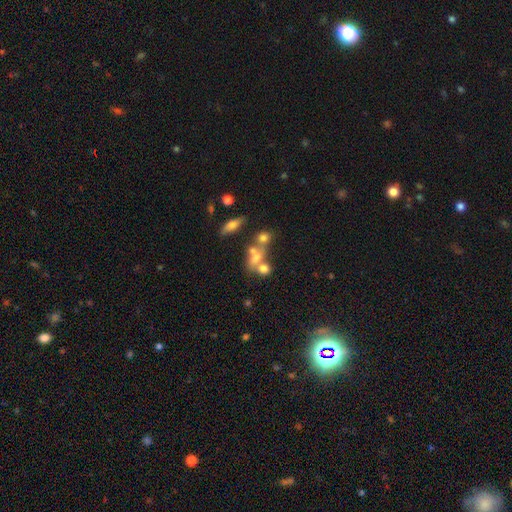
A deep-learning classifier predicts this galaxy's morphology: A smooth galaxy with no disk features (59%) that is in between round and cigar-shaped (60%).

Vote fractions:
- Smooth or featured? smooth: 59% / featured or disk: 26% / star or artifact: 15%
- How rounded? in between: 60% / round: 33% / cigar-shaped: 7%
- Merging? merger: 51% / none: 28% / minor disturbance: 11% / major disturbance: 10%